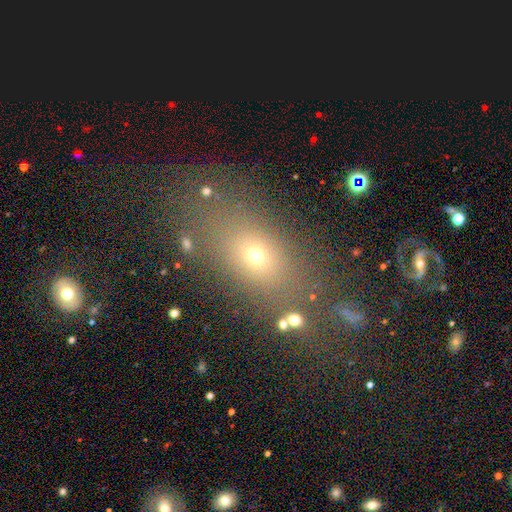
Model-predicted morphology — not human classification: A smooth galaxy with no disk features (58%) that is in between round and cigar-shaped (64%).

Vote fractions:
- Smooth or featured? smooth: 58% / star or artifact: 26% / featured or disk: 16%
- How rounded? in between: 64% / round: 29% / cigar-shaped: 7%
- Merging? none: 73% / minor disturbance: 12% / major disturbance: 8% / merger: 6%